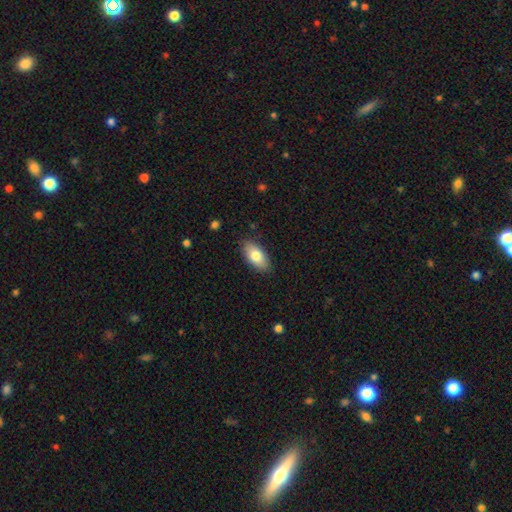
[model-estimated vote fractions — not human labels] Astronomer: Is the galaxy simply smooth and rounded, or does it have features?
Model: smooth — 79%.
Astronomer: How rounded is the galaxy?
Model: in between — 91%.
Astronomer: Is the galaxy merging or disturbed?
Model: none — 87%.